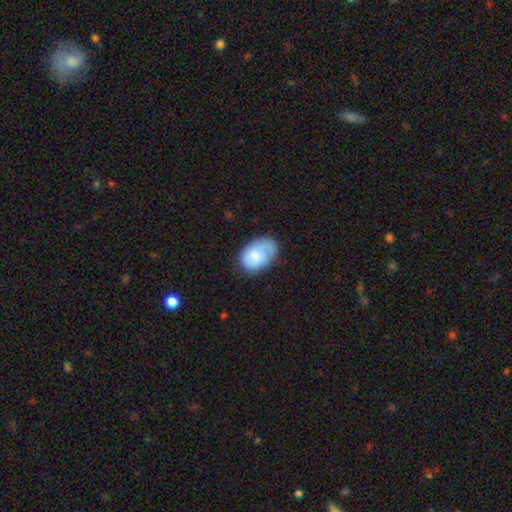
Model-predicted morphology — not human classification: smooth-or-featured: smooth: 65% | featured or disk: 28% | star or artifact: 7%
  how-rounded: in between: 83% | round: 16% | cigar-shaped: 1%
  merging: none: 55% | minor disturbance: 31% | major disturbance: 12% | merger: 2%